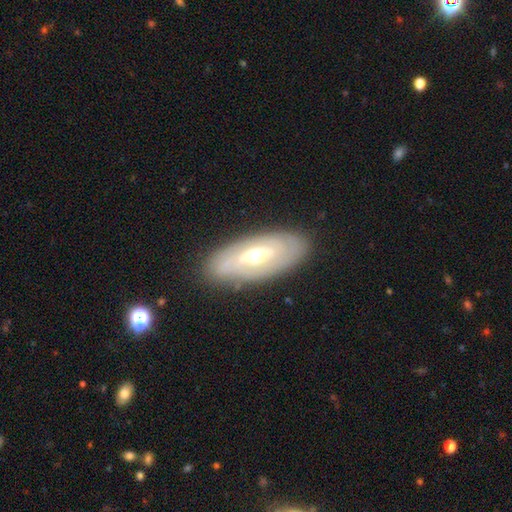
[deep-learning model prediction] Smooth or featured?
  - featured or disk: 68% *
  - smooth: 25%
  - star or artifact: 6%
Edge-on disk?
  - no: 83% *
  - yes: 17%
Bar?
  - no: 40% *
  - weak: 38%
  - strong: 21%
Spiral arms?
  - yes: 52% *
  - no: 48%
Bulge size?
  - moderate: 71% *
  - small: 20%
  - large: 7%
  - dominant: 1%
  - none: 1%
Merging?
  - none: 85% *
  - minor disturbance: 10%
  - major disturbance: 3%
  - merger: 1%